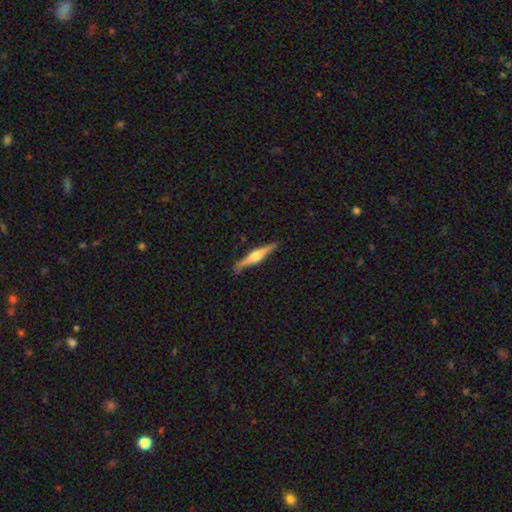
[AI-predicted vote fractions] This is likely a featured or disk galaxy (72%). It is clearly viewed edge-on (97%). Edge-on bulge: clearly rounded (89%). Merging: clearly none (86%).